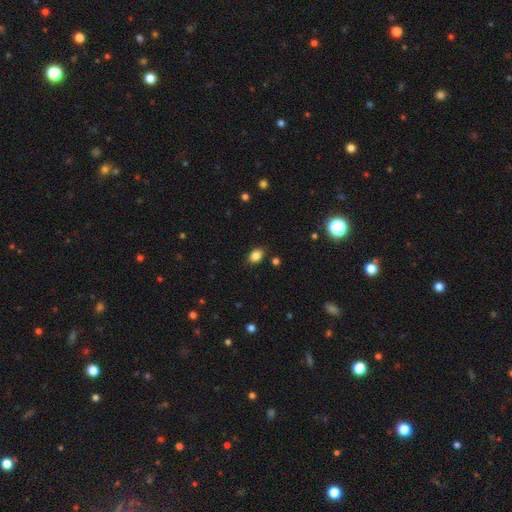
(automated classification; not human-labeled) Smooth or featured? Predicted: smooth (p=0.85). How rounded? Predicted: in between (p=0.75). Merging? Predicted: none (p=0.86).